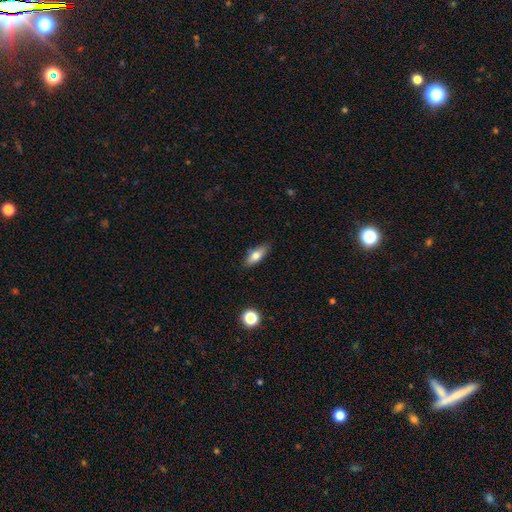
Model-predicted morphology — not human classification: A smooth galaxy with no disk features (70%) that is in between round and cigar-shaped (68%).

Vote fractions:
- Smooth or featured? smooth: 70% / featured or disk: 23% / star or artifact: 7%
- How rounded? in between: 68% / cigar-shaped: 28% / round: 4%
- Merging? none: 85% / minor disturbance: 12% / major disturbance: 2% / merger: 1%